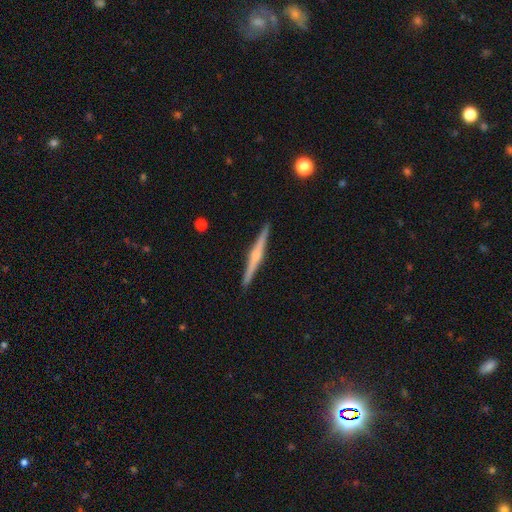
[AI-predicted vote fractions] smooth-or-featured: featured or disk: 76% | smooth: 19% | star or artifact: 5%
  disk-edge-on: yes: 98% | no: 2%
    edge-on-bulge: rounded: 75% | boxy: 13% | none: 12%
  merging: none: 93% | minor disturbance: 5% | major disturbance: 1% | merger: 1%